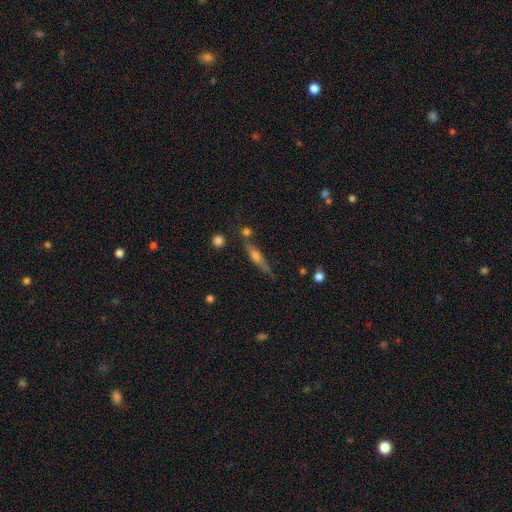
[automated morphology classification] type=featured or disk (63%); edge-on=yes (93%); edge-on bulge=rounded (85%); merging=none (72%).